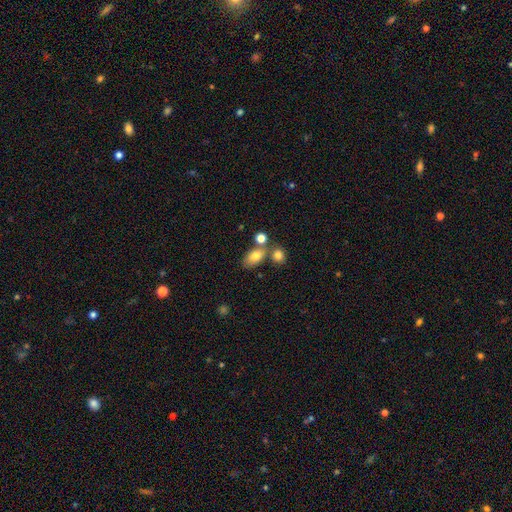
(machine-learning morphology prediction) smooth_or_featured: smooth (p=0.78) [alt: featured or disk p=0.13]
how_rounded: in between (p=0.85) [alt: round p=0.12]
merging: none (p=0.54) [alt: merger p=0.28]